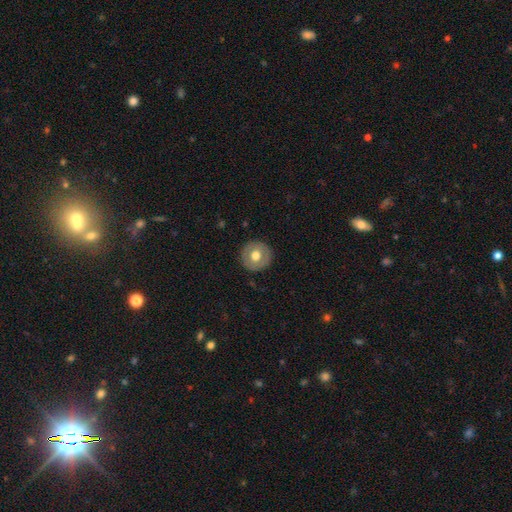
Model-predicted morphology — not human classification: Smooth or featured? Predicted: smooth (p=0.63). How rounded? Predicted: round (p=0.95). Merging? Predicted: none (p=0.90).